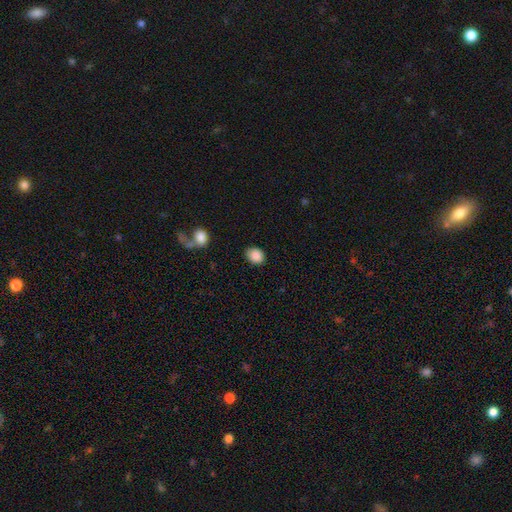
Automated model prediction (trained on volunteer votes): This appears to be a smooth galaxy with no disk features (88%) that is round (54%). Merging: none (82%).